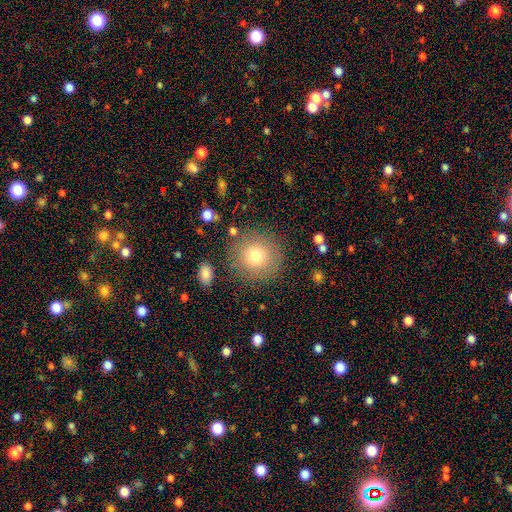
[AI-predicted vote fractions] This is likely a smooth galaxy (75%). How rounded: clearly round (94%). Merging: clearly none (84%).